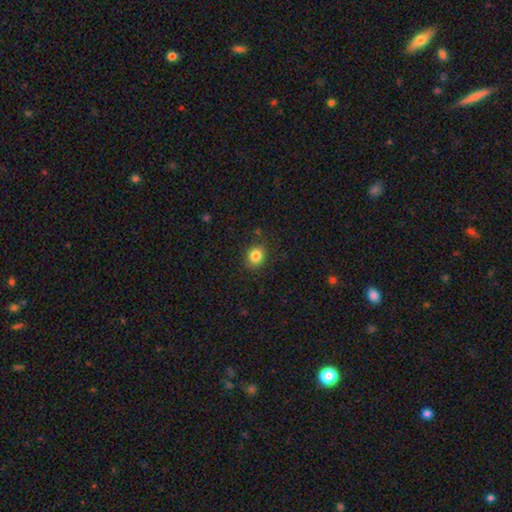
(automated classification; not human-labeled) Smooth or featured? smooth (84%)
How rounded? round (69%)
Merging? none (86%)